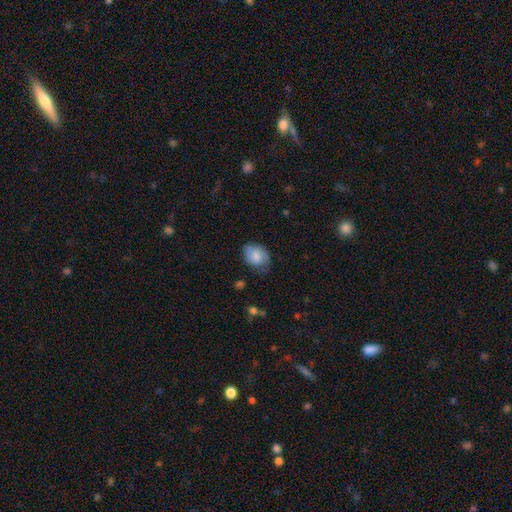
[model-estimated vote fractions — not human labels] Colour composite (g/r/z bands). It shows a smooth galaxy with no disk features (70%) that is in between round and cigar-shaped (60%). Merging: none (64%).